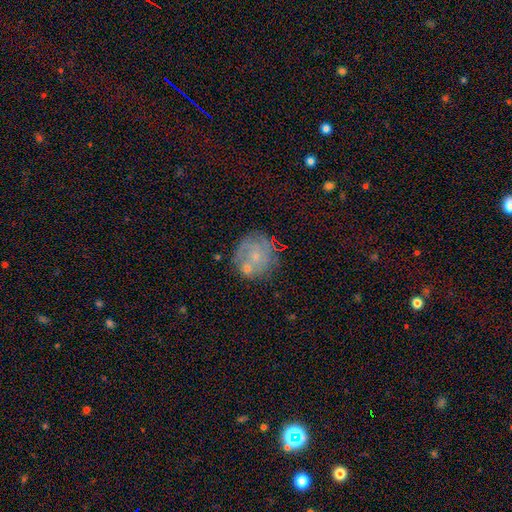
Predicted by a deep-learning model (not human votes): smooth_or_featured: featured or disk (p=0.53) [alt: smooth p=0.36]
disk_edge_on: no (p=0.98) [alt: yes p=0.02]
bar: no (p=0.80) [alt: weak p=0.17]
has_spiral_arms: yes (p=0.63) [alt: no p=0.37]
bulge_size: small (p=0.71) [alt: moderate p=0.17]
merging: none (p=0.62) [alt: minor disturbance p=0.19]